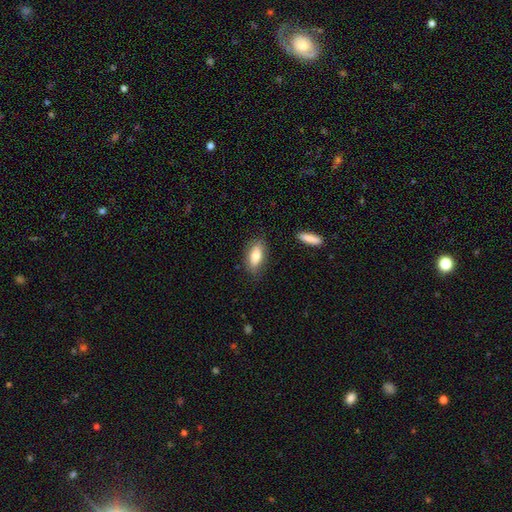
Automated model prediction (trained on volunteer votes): smooth-or-featured: smooth: 77% | featured or disk: 16% | star or artifact: 7%
  how-rounded: in between: 84% | cigar-shaped: 13% | round: 3%
  merging: none: 82% | minor disturbance: 13% | major disturbance: 3% | merger: 2%